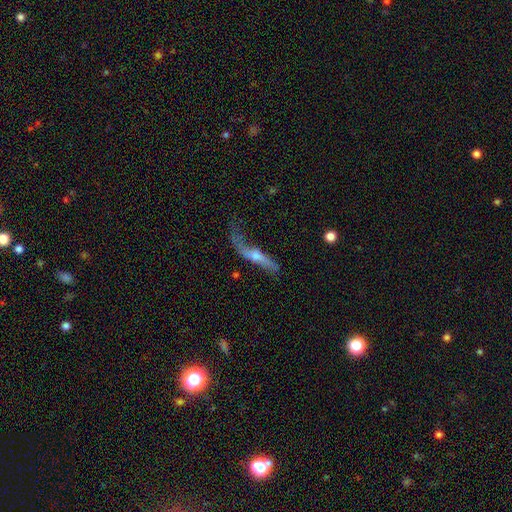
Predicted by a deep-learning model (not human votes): This appears to be a featured or disk galaxy (63%) viewed edge-on (54%). Merging: none (37%).